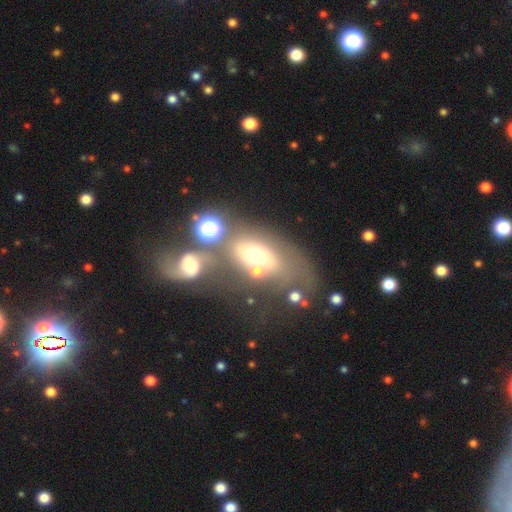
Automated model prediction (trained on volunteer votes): This is possibly a smooth galaxy (45%). Merging: marginally merger (42%).